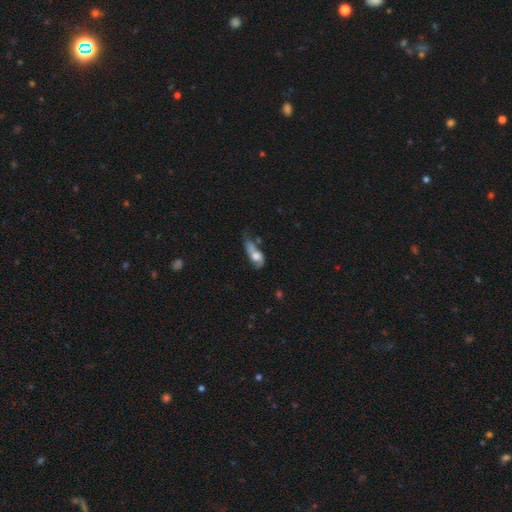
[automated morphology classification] smooth-or-featured: smooth: 47% | featured or disk: 44% | star or artifact: 9%
  merging: major disturbance: 34% | minor disturbance: 24% | none: 23% | merger: 19%